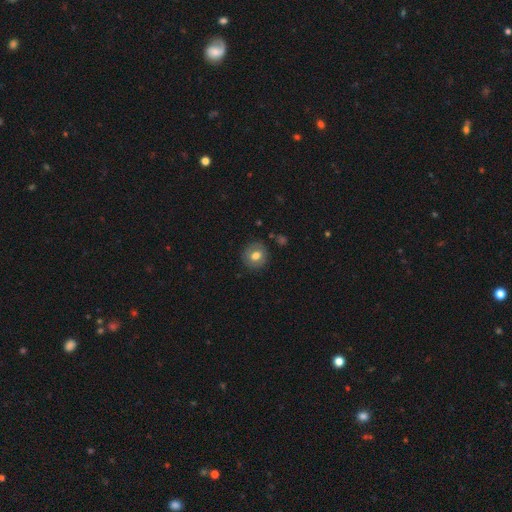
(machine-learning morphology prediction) smooth_or_featured: smooth (p=0.67) [alt: featured or disk p=0.25]
how_rounded: round (p=0.84) [alt: in between p=0.15]
merging: none (p=0.85) [alt: minor disturbance p=0.10]